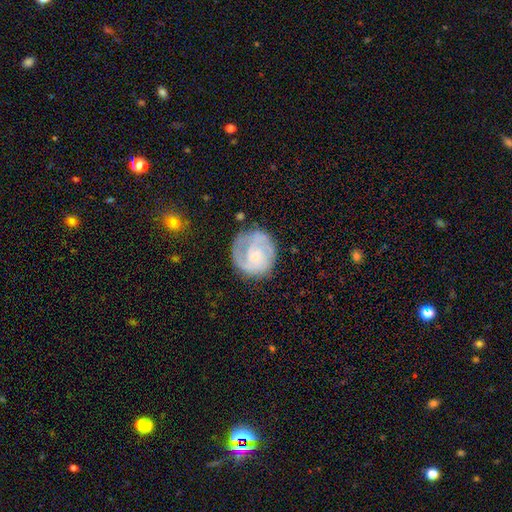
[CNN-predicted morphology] This is likely a featured or disk galaxy (69%). It is clearly not viewed edge-on (98%). Bar: likely no (70%). Spiral arm pattern: clearly yes (87%). Spiral arm count: marginally 2 (43%). Spiral winding: possibly tight (56%). Central bulge: possibly small (51%). Merging: likely none (70%).